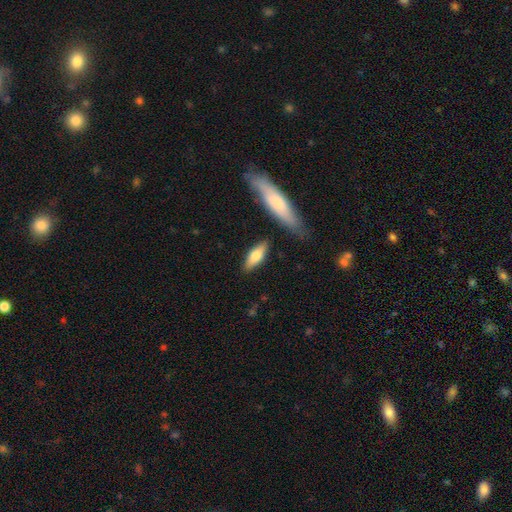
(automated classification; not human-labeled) Smooth or featured: smooth — 67% (featured or disk — 28%)
How rounded: in between — 56% (cigar-shaped — 42%)
Merging: none — 79% (minor disturbance — 13%)